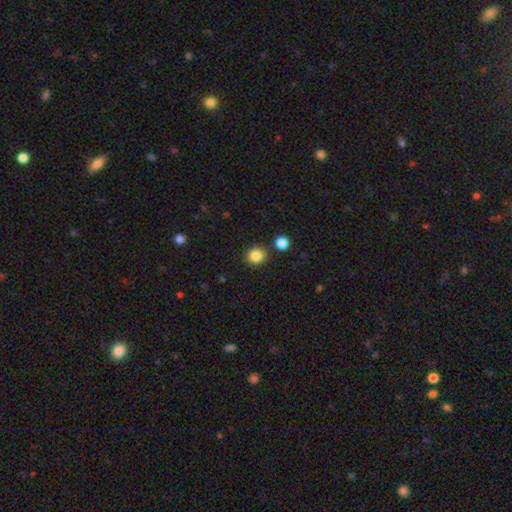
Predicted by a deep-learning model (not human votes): Q: Smooth or featured?
A: smooth (86%); runner-up: star or artifact (10%)
Q: How rounded?
A: round (86%); runner-up: in between (13%)
Q: Merging?
A: none (82%); runner-up: minor disturbance (8%)